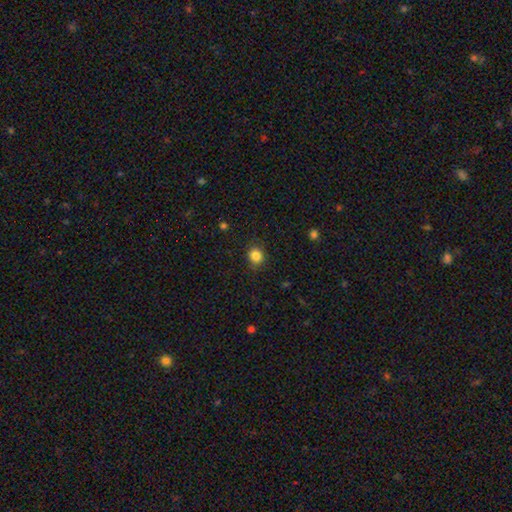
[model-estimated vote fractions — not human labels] Smooth or featured?
  - smooth: 84% *
  - star or artifact: 11%
  - featured or disk: 4%
How rounded?
  - round: 82% *
  - in between: 17%
  - cigar-shaped: 1%
Merging?
  - none: 87% *
  - minor disturbance: 9%
  - major disturbance: 3%
  - merger: 1%